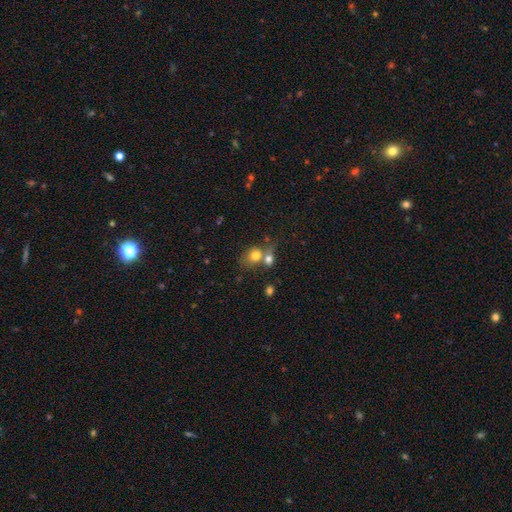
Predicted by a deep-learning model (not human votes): smooth_or_featured: smooth (p=0.77) [alt: featured or disk p=0.12]
how_rounded: round (p=0.57) [alt: in between p=0.41]
merging: merger (p=0.51) [alt: none p=0.33]